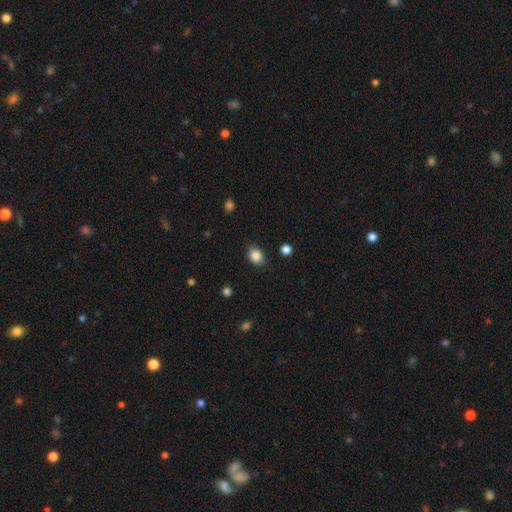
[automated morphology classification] A smooth galaxy with no disk features (87%) that is in between round and cigar-shaped (64%).

Vote fractions:
- Smooth or featured? smooth: 87% / star or artifact: 9% / featured or disk: 4%
- How rounded? in between: 64% / round: 35% / cigar-shaped: 1%
- Merging? none: 87% / minor disturbance: 9% / major disturbance: 3% / merger: 1%